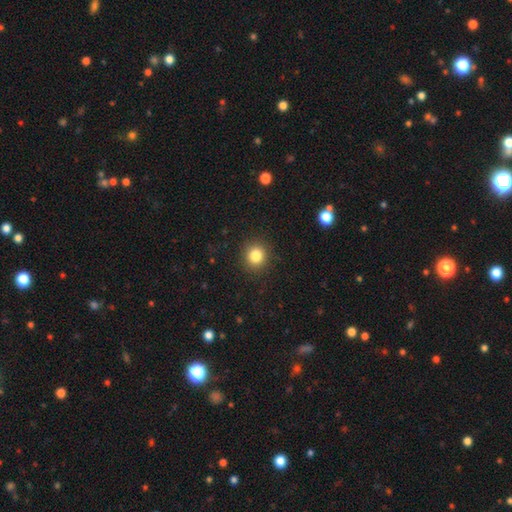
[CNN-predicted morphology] A smooth galaxy with no disk features (83%) that is round (88%).

Vote fractions:
- Smooth or featured? smooth: 83% / star or artifact: 11% / featured or disk: 5%
- How rounded? round: 88% / in between: 11% / cigar-shaped: 1%
- Merging? none: 90% / minor disturbance: 6% / major disturbance: 2% / merger: 1%